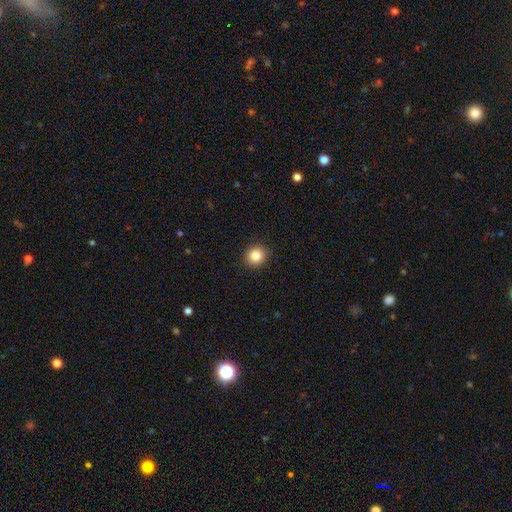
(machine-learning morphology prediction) Q: Smooth or featured?
A: smooth (84%); runner-up: star or artifact (10%)
Q: How rounded?
A: round (89%); runner-up: in between (10%)
Q: Merging?
A: none (92%); runner-up: minor disturbance (5%)